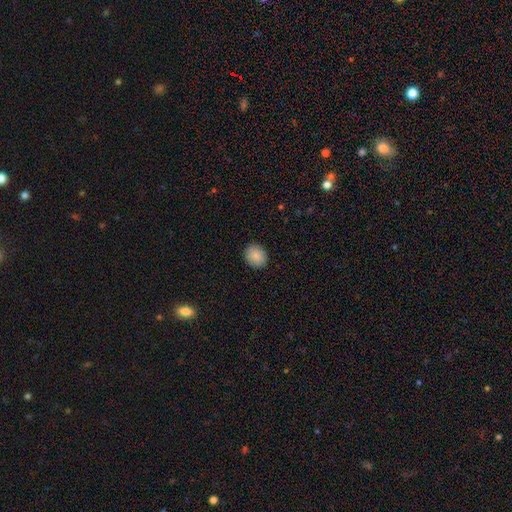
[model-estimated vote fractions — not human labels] Smooth or featured? Predicted: smooth (p=0.88). How rounded? Predicted: round (p=0.66). Merging? Predicted: none (p=0.90).